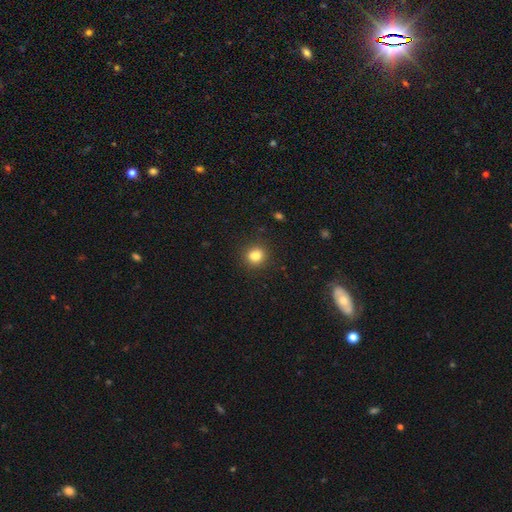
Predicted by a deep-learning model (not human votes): Overall: smooth (83%). How rounded: round (79%). Merging: none (90%).